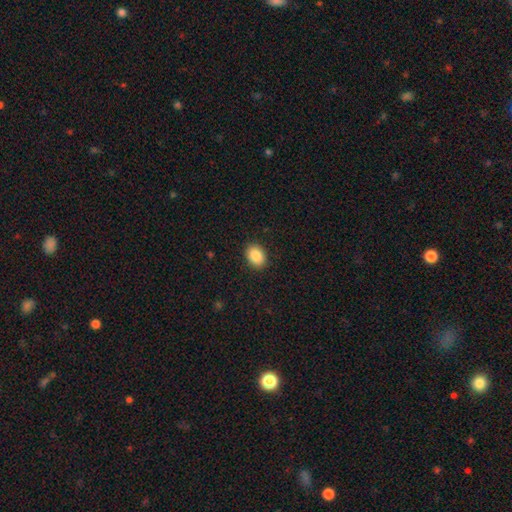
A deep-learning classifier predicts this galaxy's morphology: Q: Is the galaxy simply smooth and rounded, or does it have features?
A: smooth — 88%.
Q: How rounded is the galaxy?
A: in between — 75%.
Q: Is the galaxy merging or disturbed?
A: none — 90%.